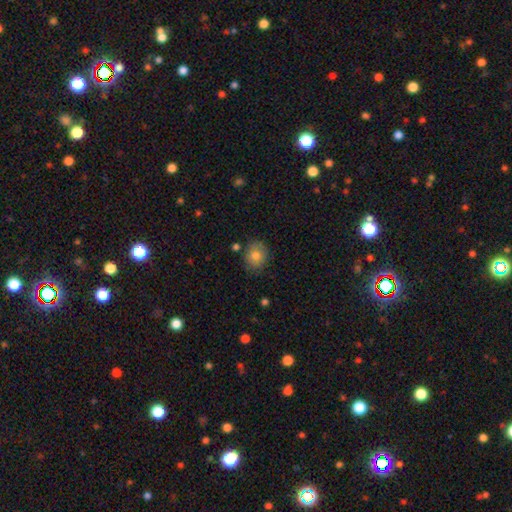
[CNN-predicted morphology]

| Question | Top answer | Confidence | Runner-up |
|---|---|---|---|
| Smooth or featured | smooth | 79% | featured or disk (13%) |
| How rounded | round | 64% | in between (35%) |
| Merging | none | 77% | minor disturbance (16%) |